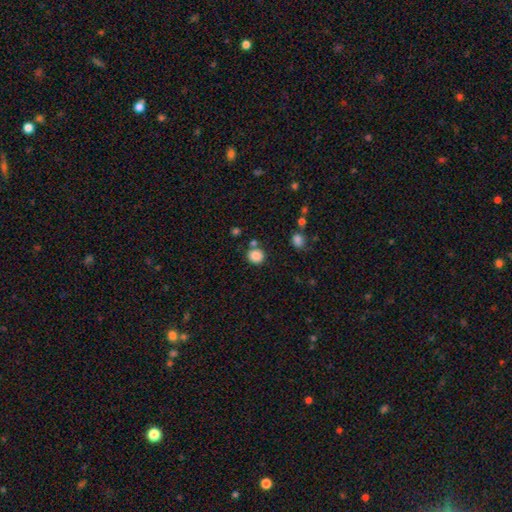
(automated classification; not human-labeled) Q: Smooth or featured?
A: smooth (86%); runner-up: star or artifact (10%)
Q: How rounded?
A: round (84%); runner-up: in between (15%)
Q: Merging?
A: none (77%); runner-up: minor disturbance (10%)